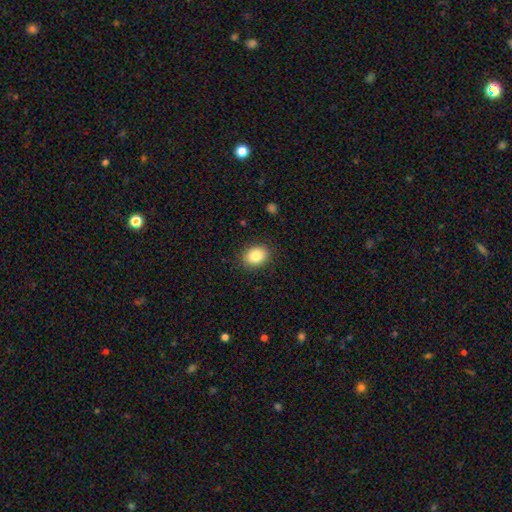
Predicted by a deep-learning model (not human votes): A smooth galaxy with no disk features (86%) that is in between round and cigar-shaped (53%). Merging: none (88%).